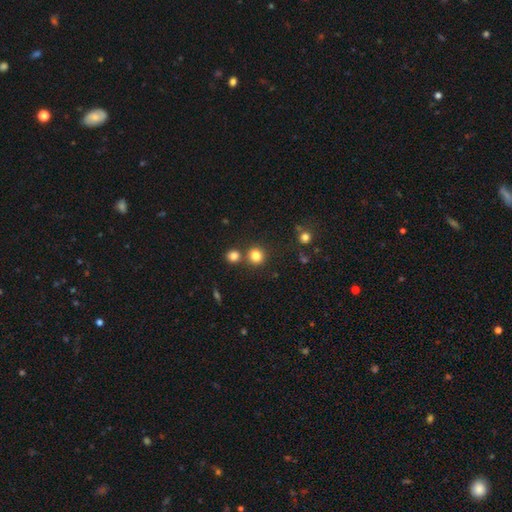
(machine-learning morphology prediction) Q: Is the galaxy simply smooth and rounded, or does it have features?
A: smooth — 81%.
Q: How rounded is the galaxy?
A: round — 91%.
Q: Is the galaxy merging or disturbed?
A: none — 77%.